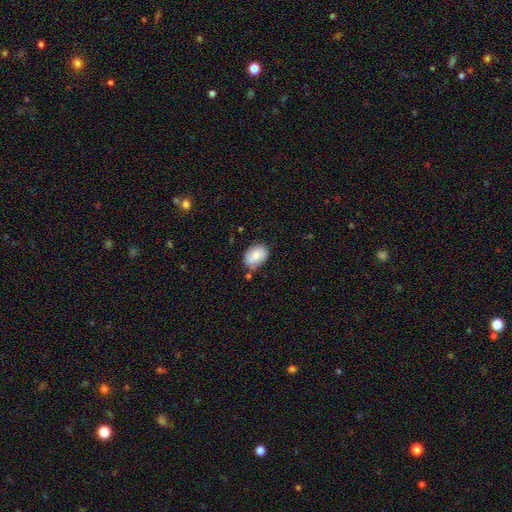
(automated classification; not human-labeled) Smooth or featured? smooth (72%)
How rounded? in between (83%)
Merging? none (70%)